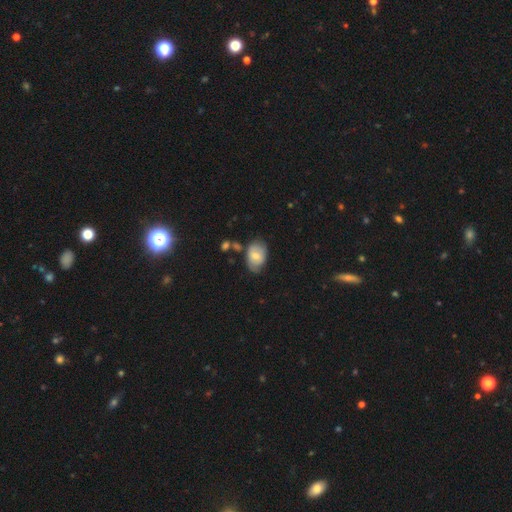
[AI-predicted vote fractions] Smooth or featured: smooth — 62% (featured or disk — 31%)
How rounded: in between — 82% (round — 17%)
Merging: none — 57% (minor disturbance — 29%)